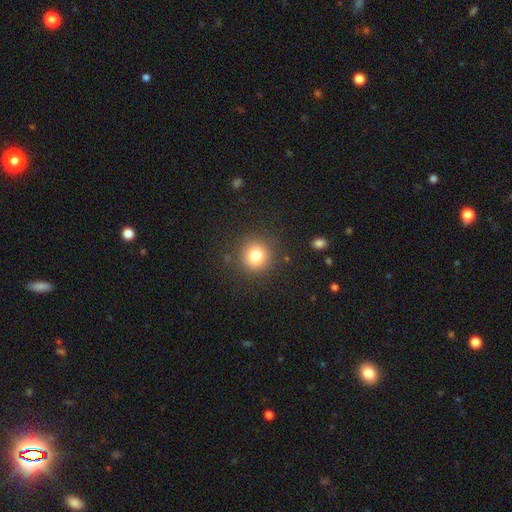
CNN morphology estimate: Smooth or featured?
  - smooth: 80% *
  - star or artifact: 12%
  - featured or disk: 8%
How rounded?
  - round: 92% *
  - in between: 7%
  - cigar-shaped: 1%
Merging?
  - none: 87% *
  - minor disturbance: 8%
  - major disturbance: 3%
  - merger: 2%